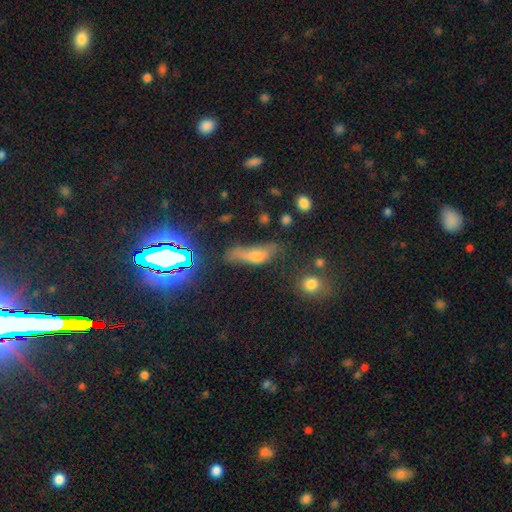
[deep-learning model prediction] Smooth or featured? smooth (55%)
How rounded? in between (48%)
Merging? none (40%)